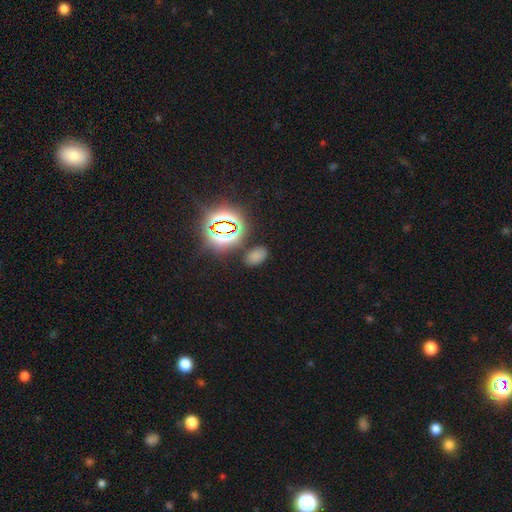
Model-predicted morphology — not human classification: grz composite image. It shows a smooth galaxy with no disk features (63%) that is in between round and cigar-shaped (89%). Merging: none (79%).